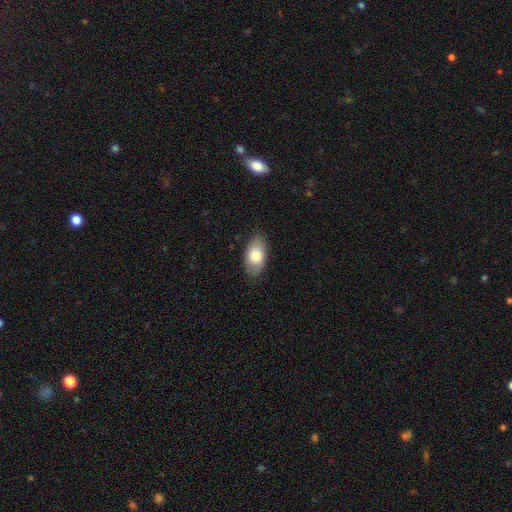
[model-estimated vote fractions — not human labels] smooth_or_featured: smooth (p=0.78) [alt: featured or disk p=0.16]
how_rounded: in between (p=0.93) [alt: round p=0.05]
merging: none (p=0.84) [alt: minor disturbance p=0.13]